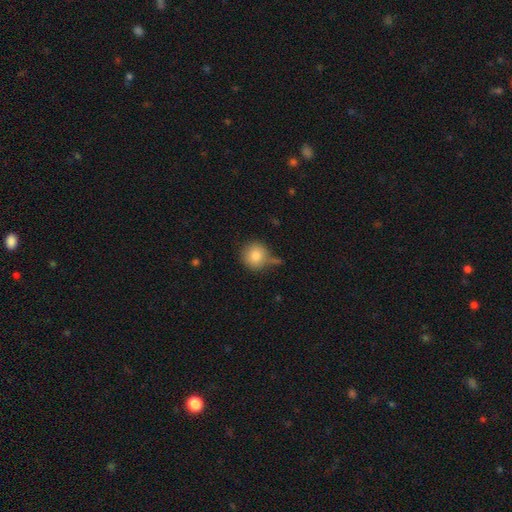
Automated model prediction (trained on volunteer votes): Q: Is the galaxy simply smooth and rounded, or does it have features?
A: smooth — 82%.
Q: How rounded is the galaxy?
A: round — 92%.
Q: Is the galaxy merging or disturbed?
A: none — 65%.